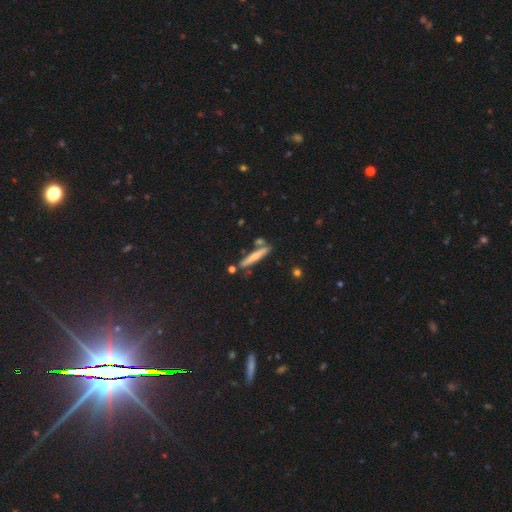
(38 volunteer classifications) Smooth or featured? featured or disk (50%)
Edge-on disk? yes (95%)
Edge-on bulge? rounded (94%)
Merging? none (74%)